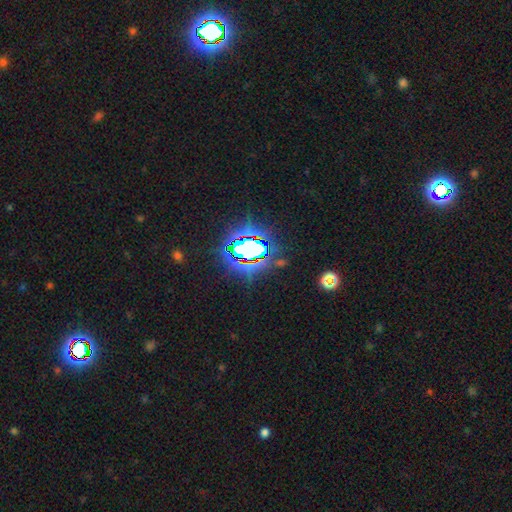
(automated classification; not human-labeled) Smooth or featured: star or artifact — 80% (smooth — 12%)